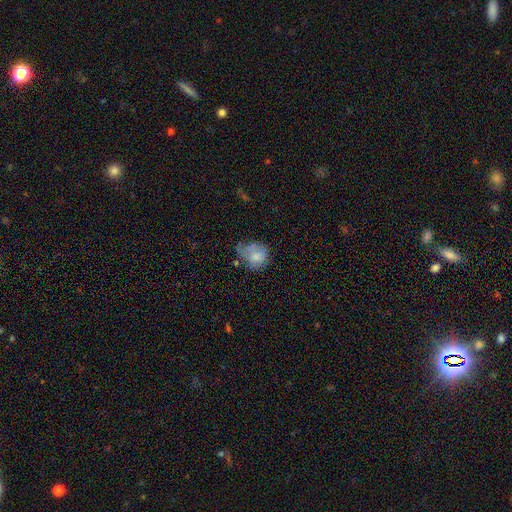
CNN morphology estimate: Smooth or featured?
  - smooth: 65% *
  - featured or disk: 24%
  - star or artifact: 10%
How rounded?
  - round: 51% *
  - in between: 48%
  - cigar-shaped: 1%
Merging?
  - minor disturbance: 32% *
  - major disturbance: 29%
  - none: 29%
  - merger: 10%